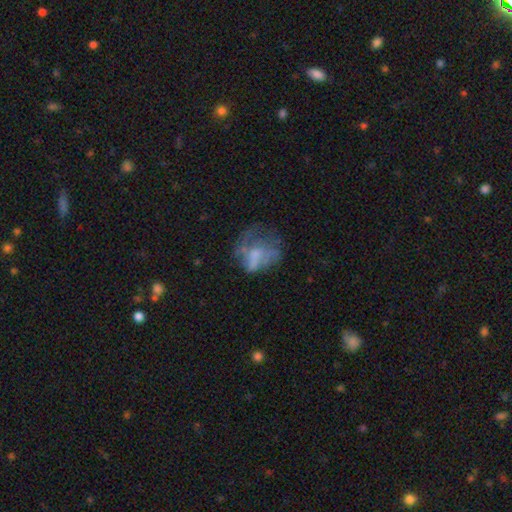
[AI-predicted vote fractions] smooth_or_featured: featured or disk (p=0.45) [alt: smooth p=0.40]
merging: major disturbance (p=0.41) [alt: none p=0.34]